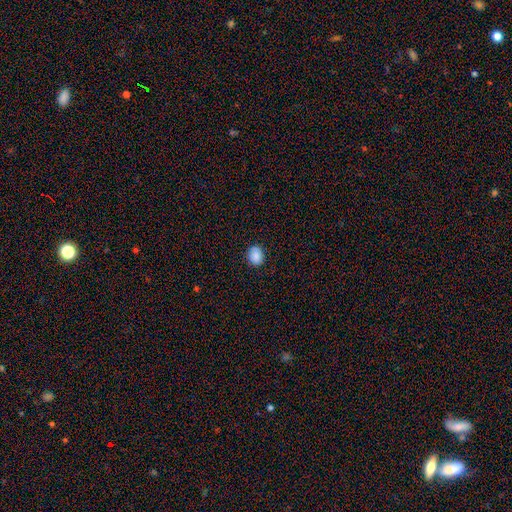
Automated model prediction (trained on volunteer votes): smooth_or_featured: smooth (p=0.86) [alt: star or artifact p=0.09]
how_rounded: round (p=0.51) [alt: in between p=0.48]
merging: none (p=0.82) [alt: minor disturbance p=0.14]